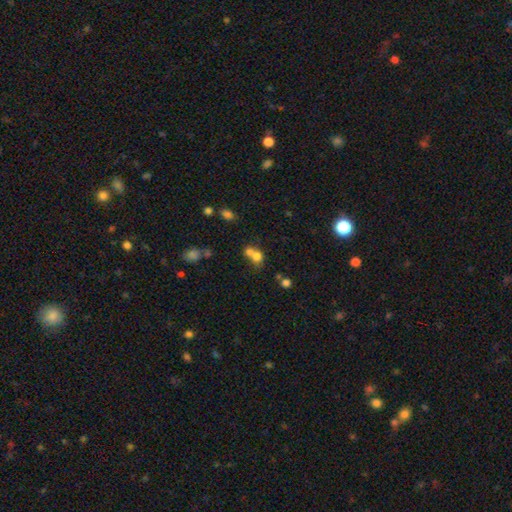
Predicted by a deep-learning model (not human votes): This is likely a smooth galaxy (73%). How rounded: likely round (69%). Merging: possibly merger (60%).